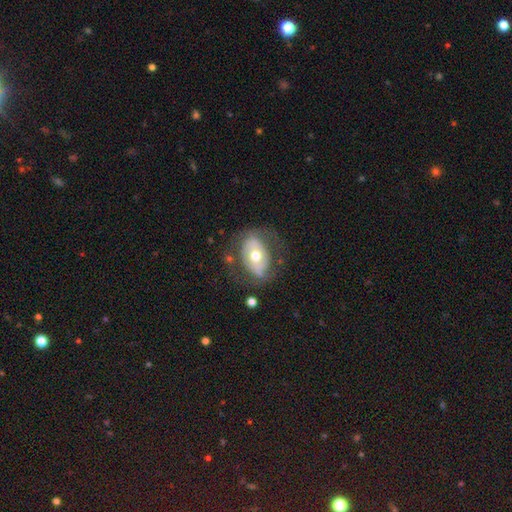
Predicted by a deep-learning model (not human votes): Smooth or featured: featured or disk — 54% (smooth — 39%)
Edge-on disk: no — 92% (yes — 8%)
Merging: none — 62% (minor disturbance — 20%)